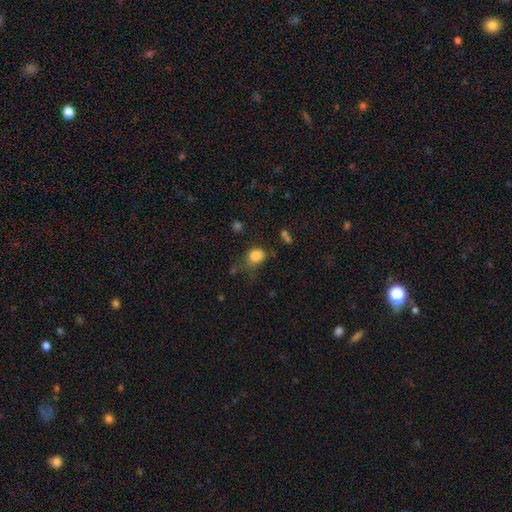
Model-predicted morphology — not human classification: Smooth or featured? Predicted: smooth (p=0.82). How rounded? Predicted: round (p=0.62). Merging? Predicted: none (p=0.57).